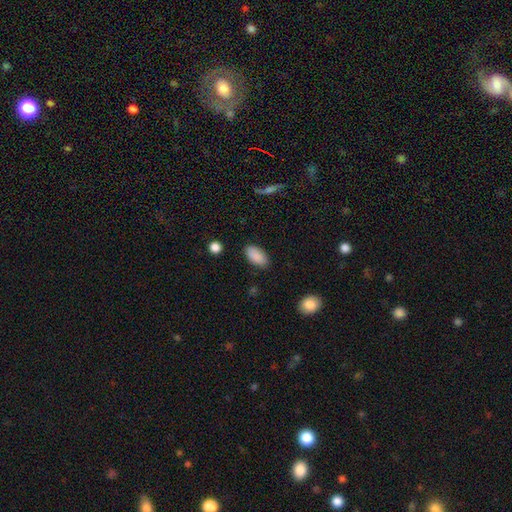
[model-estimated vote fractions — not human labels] Smooth or featured? Predicted: smooth (p=0.89). How rounded? Predicted: in between (p=0.93). Merging? Predicted: none (p=0.86).